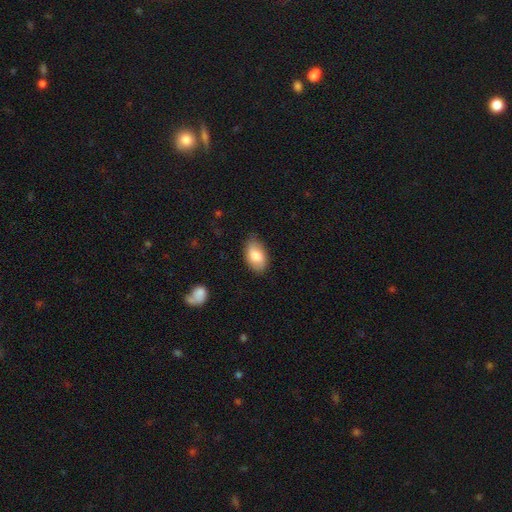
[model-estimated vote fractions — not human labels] Overall: smooth (81%). How rounded: in between (93%). Merging: none (78%).